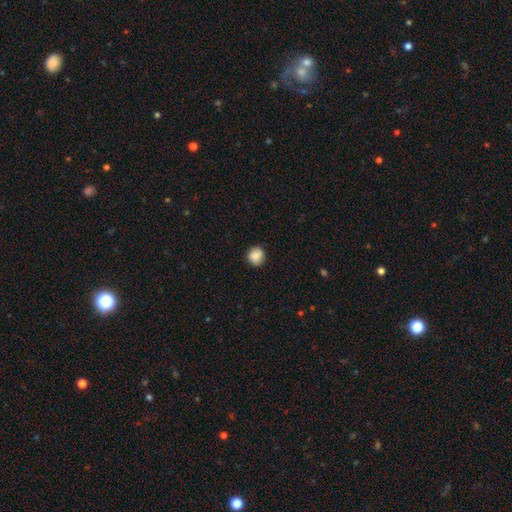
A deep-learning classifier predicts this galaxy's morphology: Q: Smooth or featured?
A: smooth (87%); runner-up: star or artifact (8%)
Q: How rounded?
A: round (89%); runner-up: in between (10%)
Q: Merging?
A: none (87%); runner-up: minor disturbance (10%)